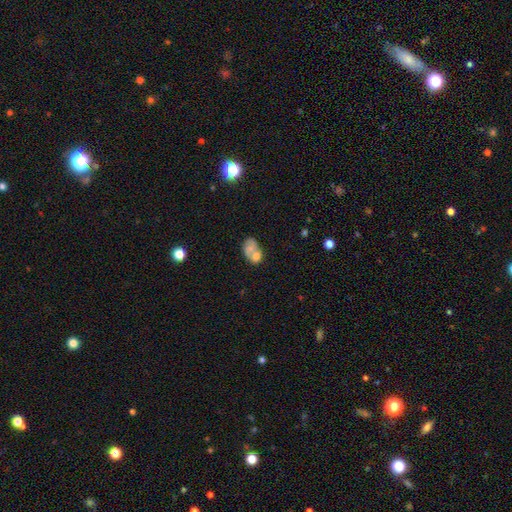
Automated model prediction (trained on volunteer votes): This is likely a smooth galaxy (62%). How rounded: likely in between (76%). Merging: possibly merger (55%).